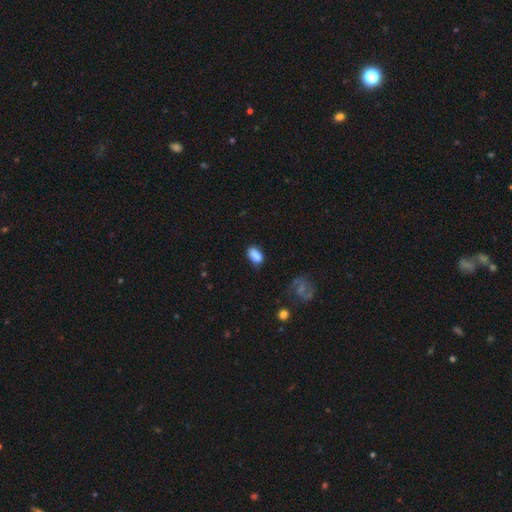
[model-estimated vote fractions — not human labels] Q: Smooth or featured?
A: smooth (86%); runner-up: star or artifact (8%)
Q: How rounded?
A: in between (90%); runner-up: round (6%)
Q: Merging?
A: none (66%); runner-up: minor disturbance (24%)